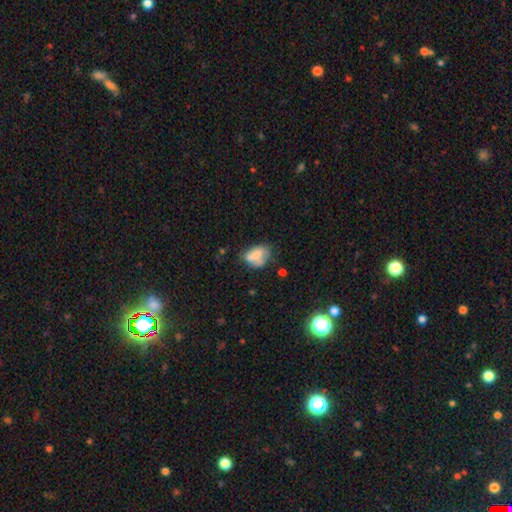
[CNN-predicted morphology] Smooth or featured?
  - smooth: 63% *
  - featured or disk: 27%
  - star or artifact: 10%
How rounded?
  - in between: 73% *
  - round: 25%
  - cigar-shaped: 1%
Merging?
  - none: 34% *
  - minor disturbance: 30%
  - merger: 18%
  - major disturbance: 18%